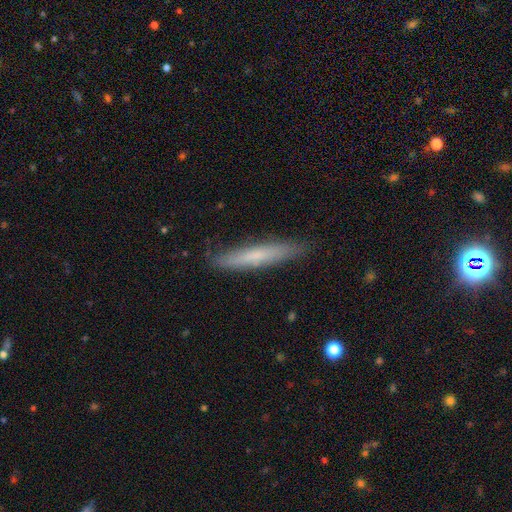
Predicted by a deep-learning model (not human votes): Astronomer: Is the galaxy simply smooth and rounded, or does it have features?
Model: smooth — 64%.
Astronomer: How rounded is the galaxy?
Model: cigar-shaped — 94%.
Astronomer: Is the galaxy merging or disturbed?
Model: none — 84%.